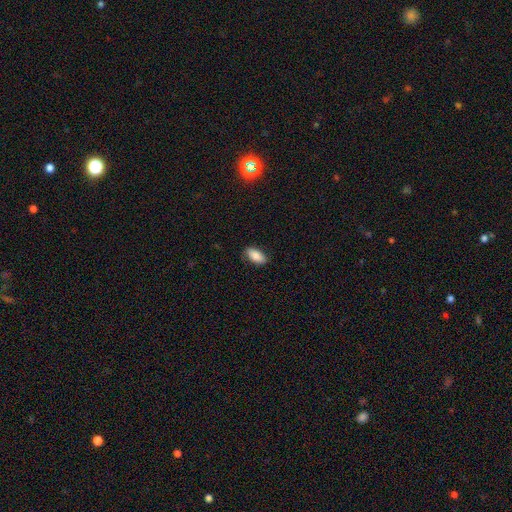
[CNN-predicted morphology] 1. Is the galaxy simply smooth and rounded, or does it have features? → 83% smooth, 10% featured or disk, 7% star or artifact.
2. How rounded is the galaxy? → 90% in between, 7% cigar-shaped, 3% round.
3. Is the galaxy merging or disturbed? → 84% none, 12% minor disturbance, 2% major disturbance, 1% merger.